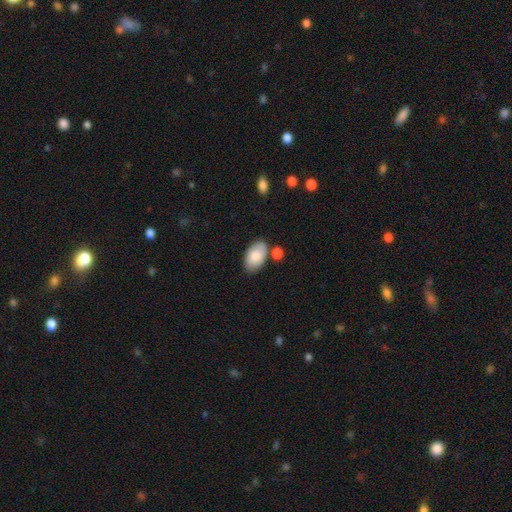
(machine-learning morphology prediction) smooth_or_featured: smooth (p=0.85) [alt: featured or disk p=0.09]
how_rounded: in between (p=0.94) [alt: round p=0.04]
merging: none (p=0.74) [alt: minor disturbance p=0.14]